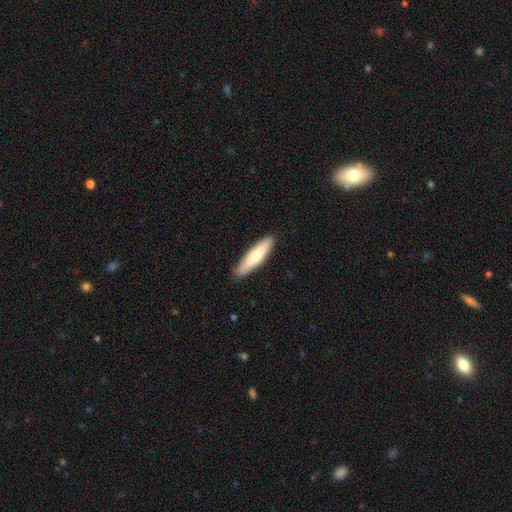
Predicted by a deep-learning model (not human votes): smooth 74%, featured or disk 21%, star or artifact 5%. Down the decision tree: how rounded — cigar-shaped (78%); merging — none (89%).